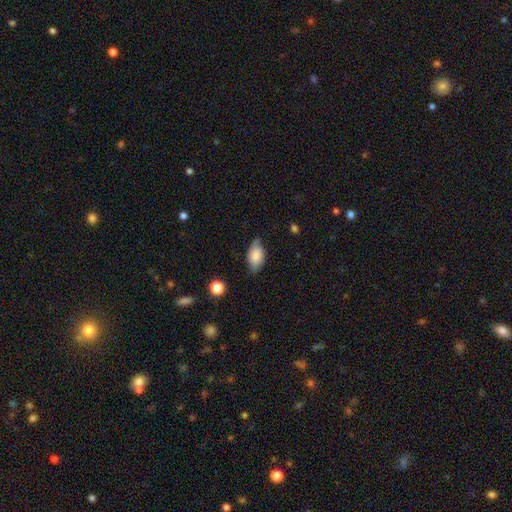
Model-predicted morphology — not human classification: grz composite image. It shows a smooth galaxy with no disk features (79%) that is in between round and cigar-shaped (92%). Merging: none (69%).